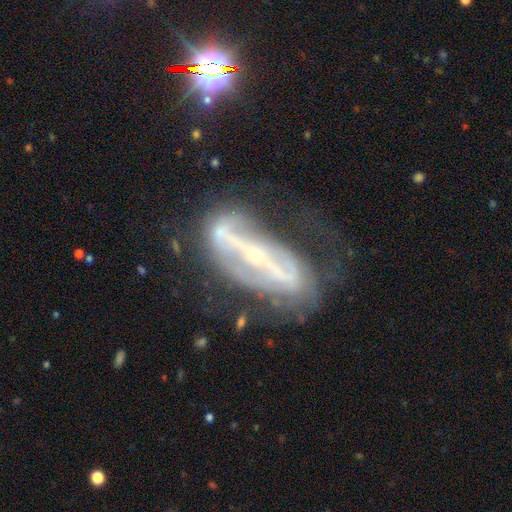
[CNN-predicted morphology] Overall: featured or disk (85%). Edge-on disk: no (80%). Bar: strong (77%). Spiral arms: yes (71%). Bulge size: small (77%). Merging: none (47%; minor disturbance 25%).